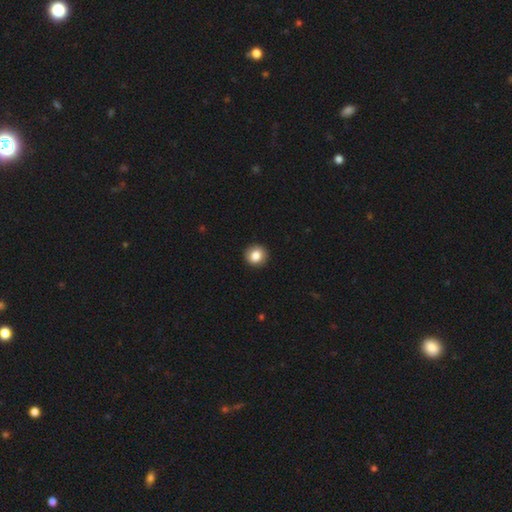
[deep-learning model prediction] A smooth galaxy with no disk features (84%) that is round (91%). Merging: none (92%).